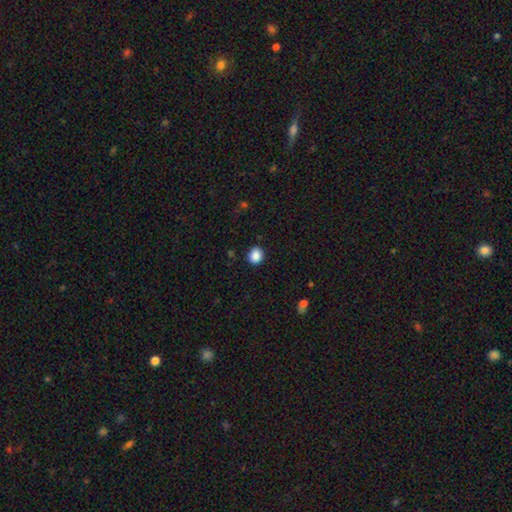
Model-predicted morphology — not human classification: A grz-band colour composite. It shows a smooth galaxy with no disk features (88%) that is round (69%). Merging: none (89%).